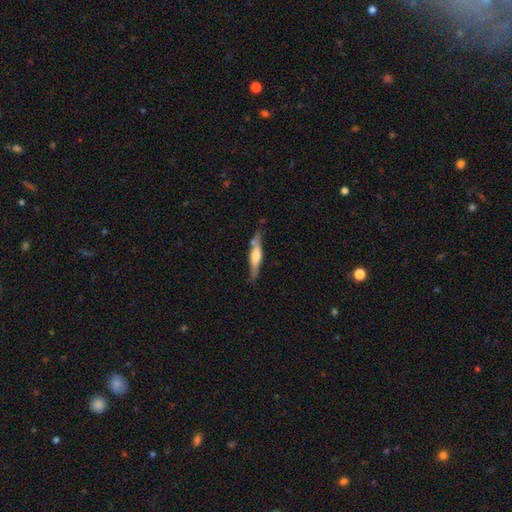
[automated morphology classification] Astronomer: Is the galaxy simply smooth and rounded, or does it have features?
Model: featured or disk — 55% (runner-up: smooth, 40%).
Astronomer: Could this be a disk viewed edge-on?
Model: yes — 93%.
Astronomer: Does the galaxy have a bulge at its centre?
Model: rounded — 77%.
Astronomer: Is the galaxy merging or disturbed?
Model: none — 76%.